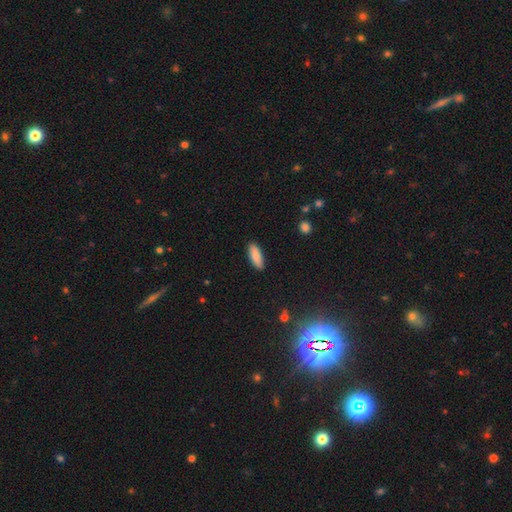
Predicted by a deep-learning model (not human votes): smooth-or-featured: smooth: 87% | featured or disk: 6% | star or artifact: 6%
  how-rounded: in between: 65% | cigar-shaped: 33% | round: 2%
  merging: none: 89% | minor disturbance: 8% | major disturbance: 2% | merger: 1%